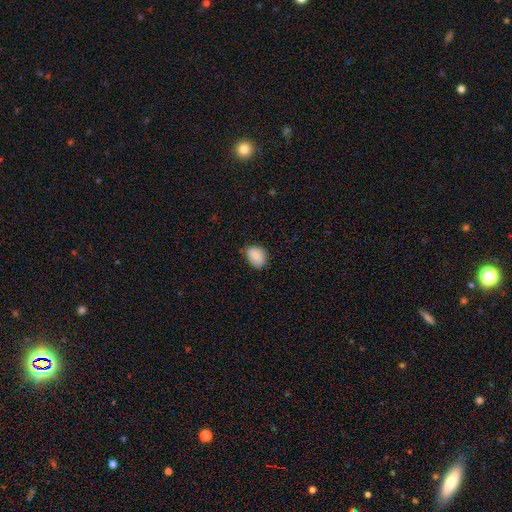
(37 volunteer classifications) smooth_or_featured: smooth (p=0.92) [alt: star or artifact p=0.05]
how_rounded: in between (p=0.68) [alt: round p=0.32]
merging: none (p=0.51) [alt: minor disturbance p=0.46]